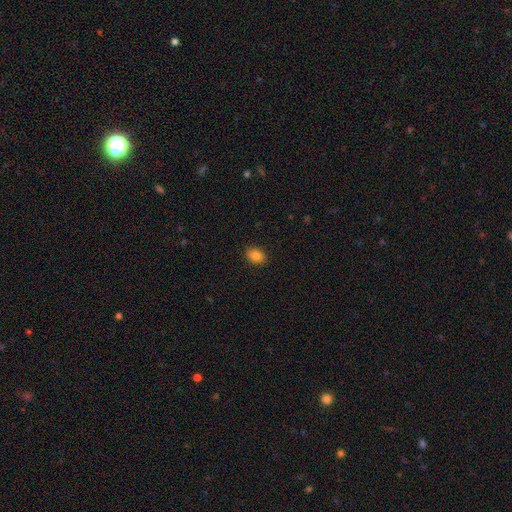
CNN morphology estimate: Overall: smooth (85%). How rounded: in between (62%; round 37%). Merging: none (89%).